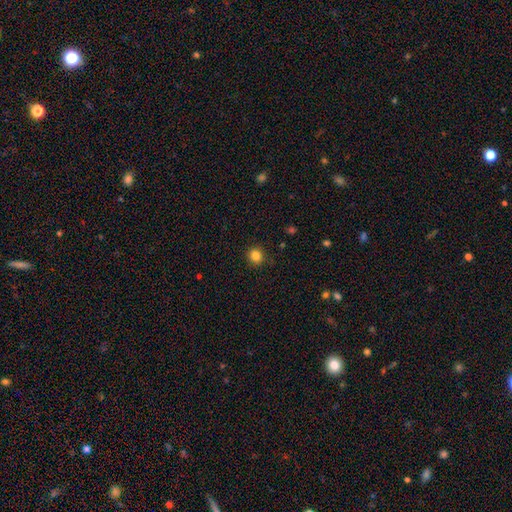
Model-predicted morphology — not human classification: type=smooth (83%); roundness=round (86%); merging=none (90%).